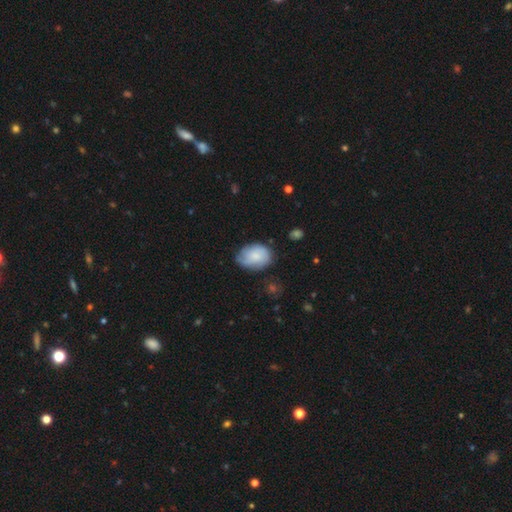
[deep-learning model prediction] The model was most divided on "merging": none: 61%, minor disturbance: 28%, major disturbance: 8%, merger: 2%. More confident: how rounded — in between (73%); smooth or featured — smooth (63%).